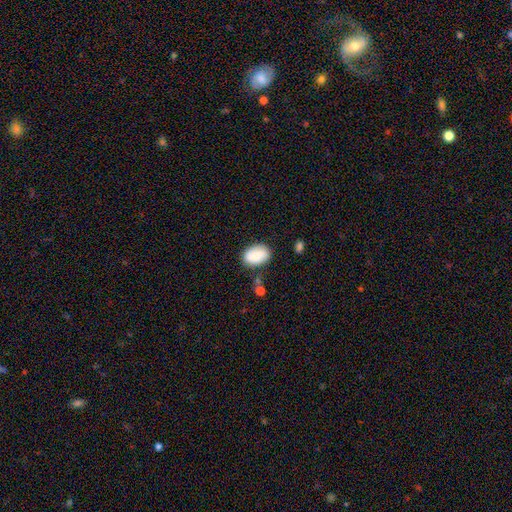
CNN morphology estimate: This is clearly a smooth galaxy (84%). How rounded: clearly in between (88%). Merging: likely none (77%).